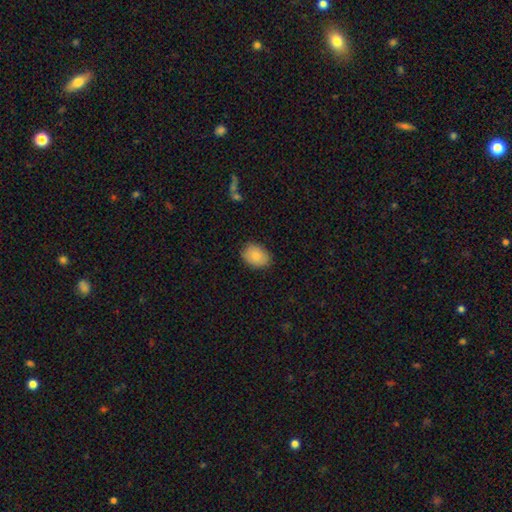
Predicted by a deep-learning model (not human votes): The model was most divided on "how rounded": in between: 67%, round: 32%, cigar-shaped: 1%. More confident: merging — none (84%); smooth or featured — smooth (80%).